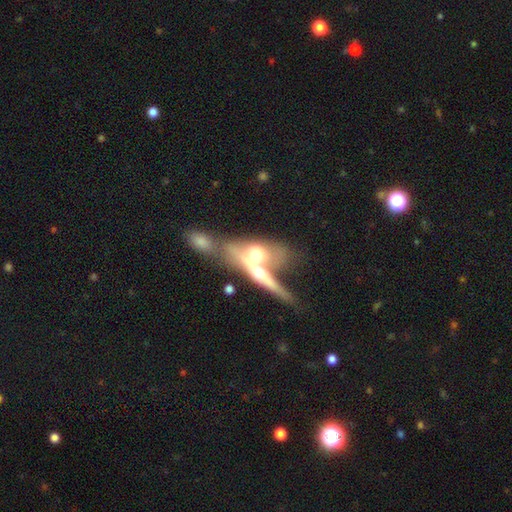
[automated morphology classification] Smooth or featured? featured or disk (52%)
Edge-on disk? yes (57%)
Merging? merger (68%)